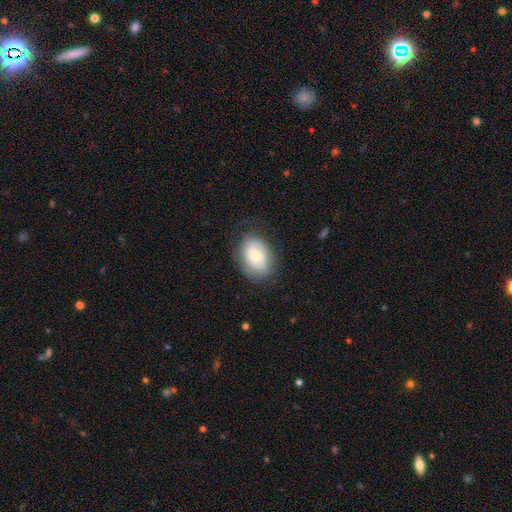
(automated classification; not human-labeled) The model was most divided on "smooth or featured": smooth: 56%, featured or disk: 37%, star or artifact: 7%. More confident: how rounded — in between (76%); merging — none (75%).